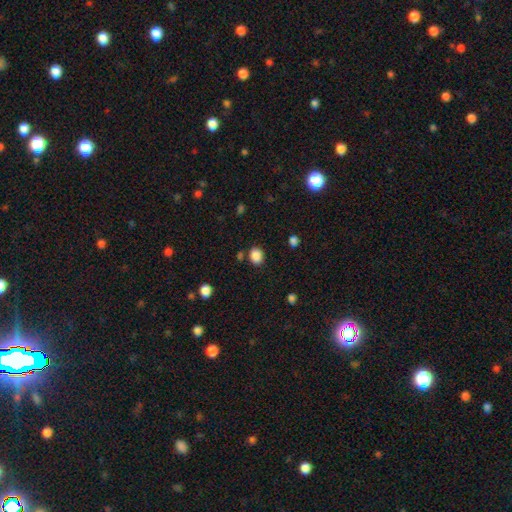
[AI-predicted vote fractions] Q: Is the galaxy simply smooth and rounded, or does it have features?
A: smooth — 87%.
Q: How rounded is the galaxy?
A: round — 50%.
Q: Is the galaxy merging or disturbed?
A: none — 80%.